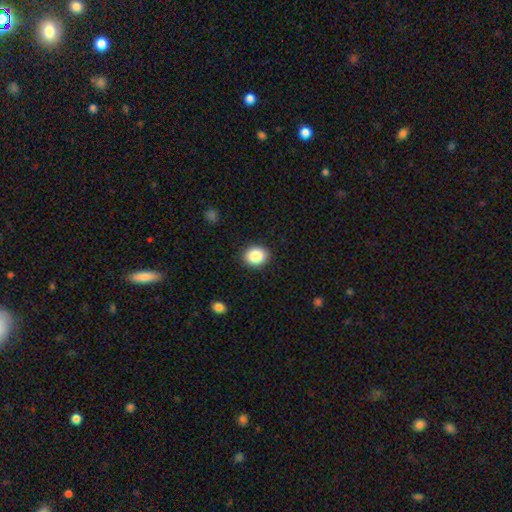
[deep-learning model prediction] Morphology: type=smooth (86%); roundness=round (59%); merging=none (89%).